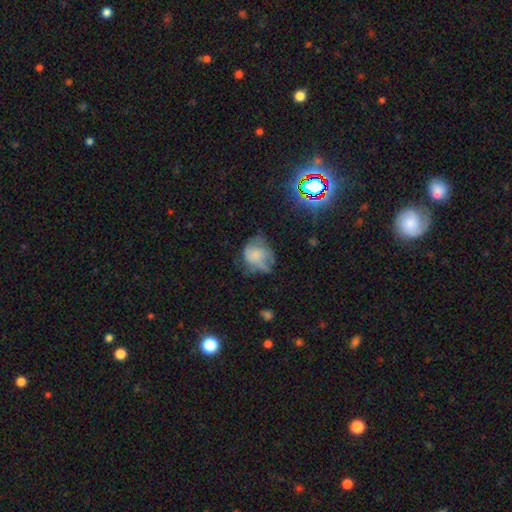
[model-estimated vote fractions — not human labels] This appears to be a smooth galaxy with no disk features (53%) that is round (56%). Merging: none (35%).